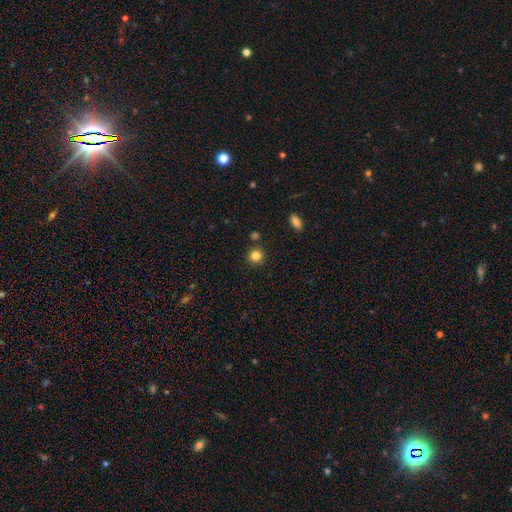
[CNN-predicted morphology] Q: Smooth or featured?
A: smooth (83%); runner-up: star or artifact (12%)
Q: How rounded?
A: round (92%); runner-up: in between (7%)
Q: Merging?
A: none (87%); runner-up: minor disturbance (7%)